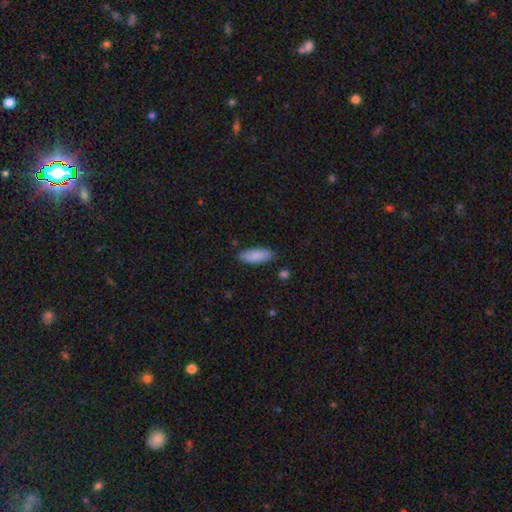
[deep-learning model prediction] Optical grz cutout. It shows a smooth galaxy with no disk features (88%) that is in between round and cigar-shaped (72%). Merging: none (83%).